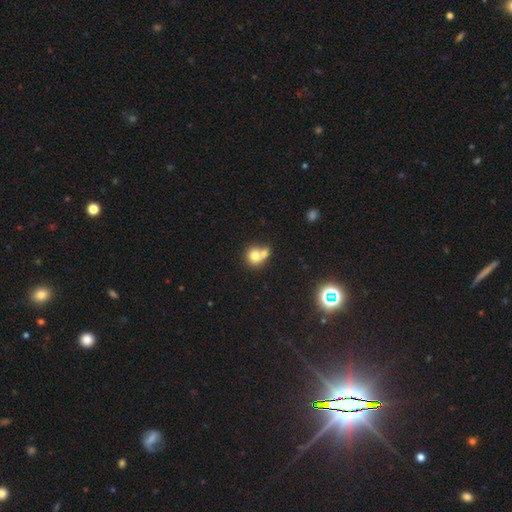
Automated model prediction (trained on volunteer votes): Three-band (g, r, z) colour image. It shows a smooth galaxy with no disk features (74%) that is round (81%). Merging: merger (55%).